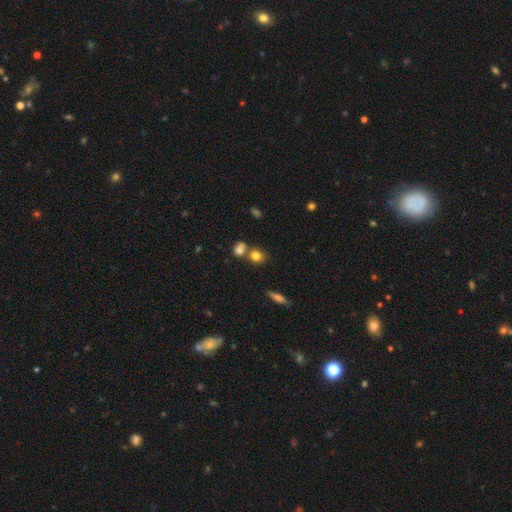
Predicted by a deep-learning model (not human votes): Smooth or featured?
  - smooth: 79% *
  - star or artifact: 12%
  - featured or disk: 9%
How rounded?
  - round: 74% *
  - in between: 25%
  - cigar-shaped: 2%
Merging?
  - none: 55% *
  - merger: 32%
  - minor disturbance: 9%
  - major disturbance: 4%